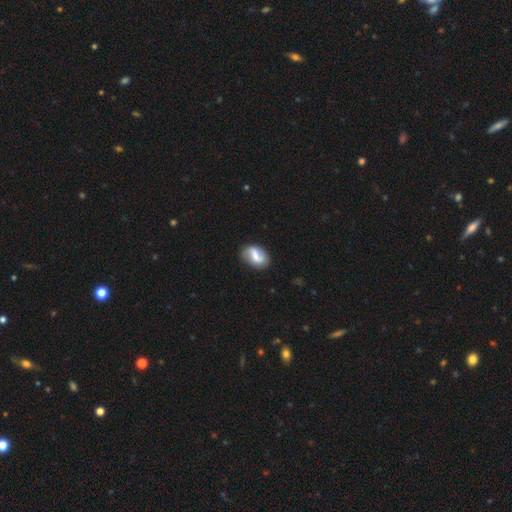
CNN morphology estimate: Smooth or featured: featured or disk — 49% (smooth — 43%)
Merging: none — 73% (minor disturbance — 18%)